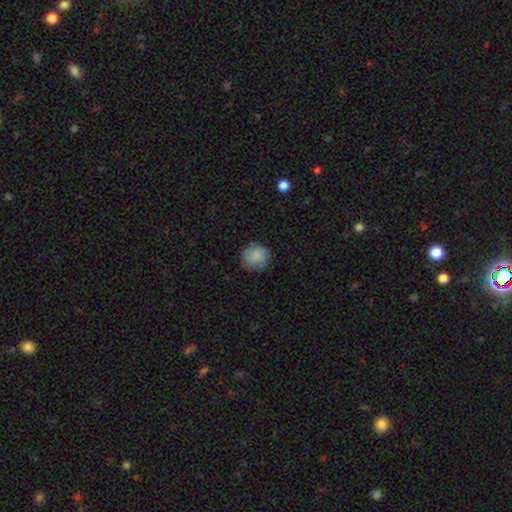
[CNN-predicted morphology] Smooth or featured?
  - smooth: 86% *
  - featured or disk: 7%
  - star or artifact: 7%
How rounded?
  - round: 90% *
  - in between: 9%
  - cigar-shaped: 1%
Merging?
  - none: 84% *
  - minor disturbance: 12%
  - major disturbance: 3%
  - merger: 1%